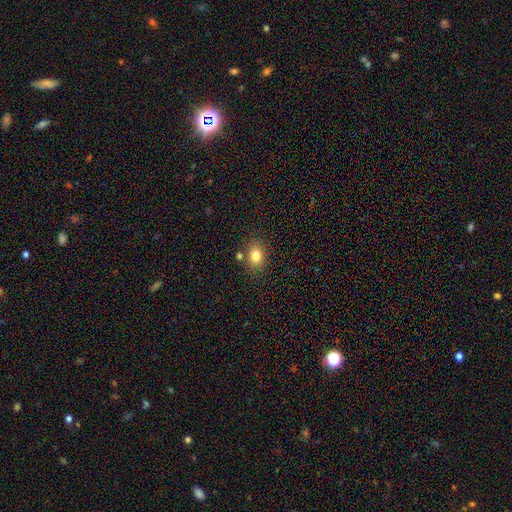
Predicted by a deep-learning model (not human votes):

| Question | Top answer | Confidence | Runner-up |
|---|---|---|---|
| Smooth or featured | smooth | 82% | star or artifact (11%) |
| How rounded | in between | 60% | round (39%) |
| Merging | none | 76% | minor disturbance (12%) |